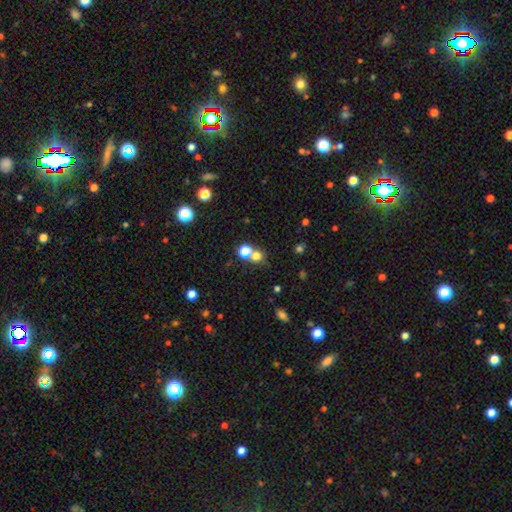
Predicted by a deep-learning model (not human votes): Smooth or featured: smooth — 72% (star or artifact — 19%)
How rounded: round — 85% (in between — 14%)
Merging: none — 51% (merger — 39%)